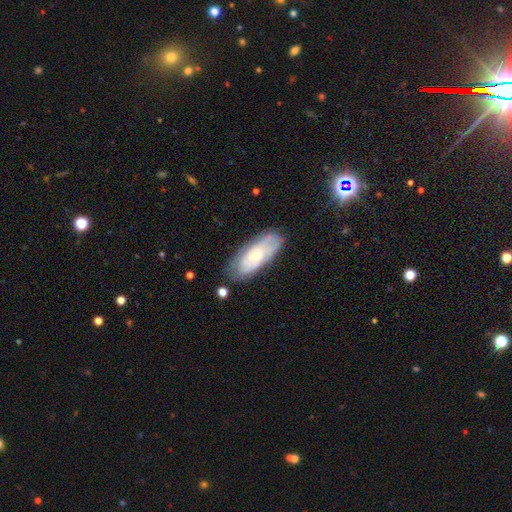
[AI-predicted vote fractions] featured or disk 50%, smooth 43%, star or artifact 7%. Down the decision tree: merging — none (72%).